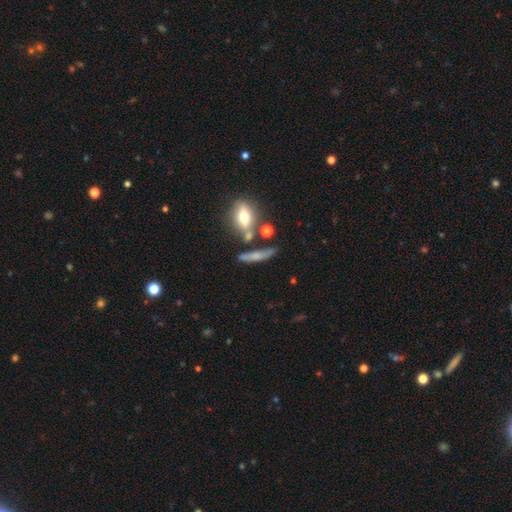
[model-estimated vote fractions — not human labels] smooth_or_featured: smooth (p=0.55) [alt: featured or disk p=0.34]
how_rounded: cigar-shaped (p=0.68) [alt: in between p=0.22]
merging: none (p=0.59) [alt: minor disturbance p=0.18]